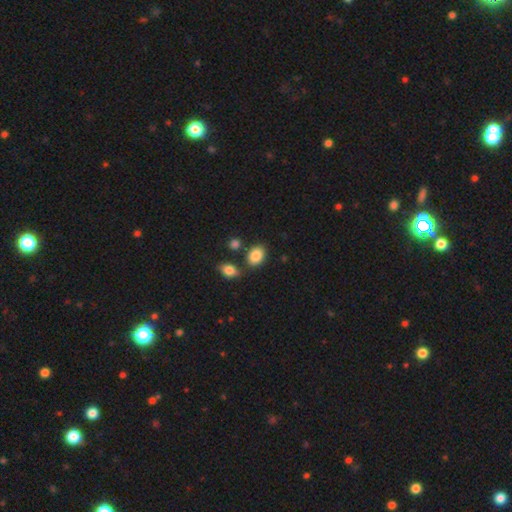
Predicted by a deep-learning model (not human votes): smooth-or-featured: smooth: 86% | star or artifact: 8% | featured or disk: 6%
  how-rounded: in between: 72% | round: 27% | cigar-shaped: 1%
  merging: none: 71% | minor disturbance: 13% | merger: 12% | major disturbance: 4%